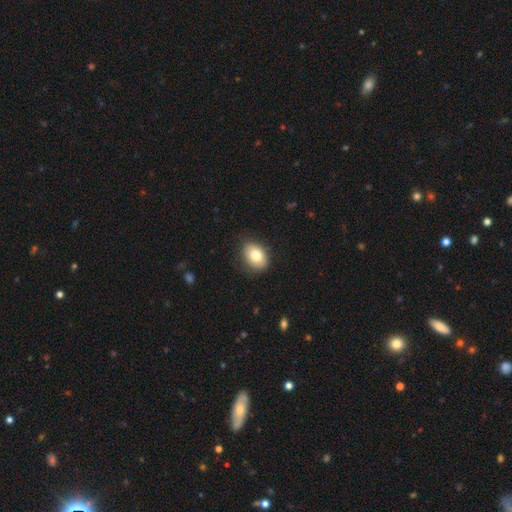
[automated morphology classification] This appears to be a smooth galaxy with no disk features (81%) that is in between round and cigar-shaped (75%). Merging: none (84%).